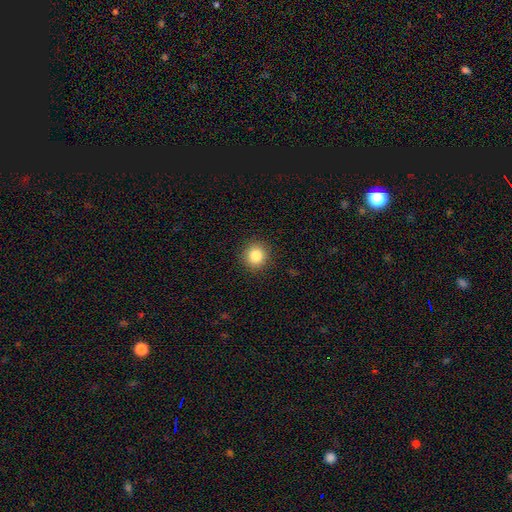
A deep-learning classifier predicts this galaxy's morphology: smooth 85%, star or artifact 10%, featured or disk 5%. Down the decision tree: how rounded — round (91%); merging — none (91%).